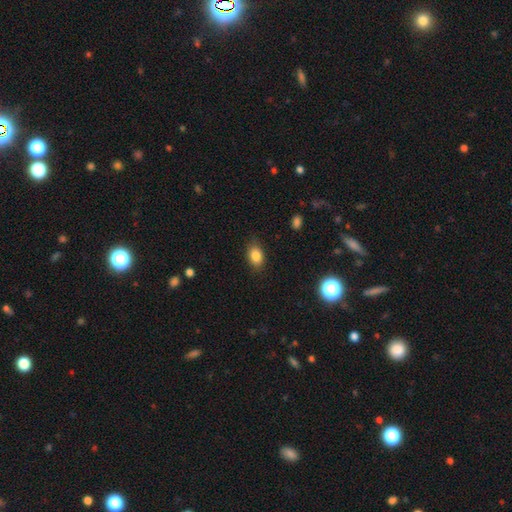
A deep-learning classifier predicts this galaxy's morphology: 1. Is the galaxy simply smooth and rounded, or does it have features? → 84% smooth, 9% star or artifact, 7% featured or disk.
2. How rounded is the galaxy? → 79% in between, 19% round, 1% cigar-shaped.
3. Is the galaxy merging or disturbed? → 82% none, 14% minor disturbance, 3% major disturbance, 1% merger.